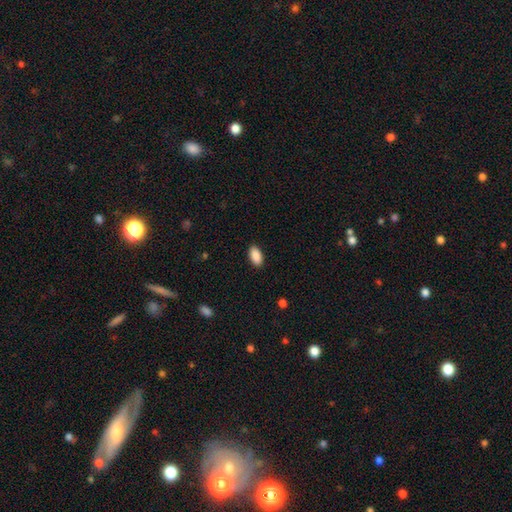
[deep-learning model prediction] This appears to be a smooth galaxy with no disk features (90%) that is in between round and cigar-shaped (94%). Merging: none (89%).